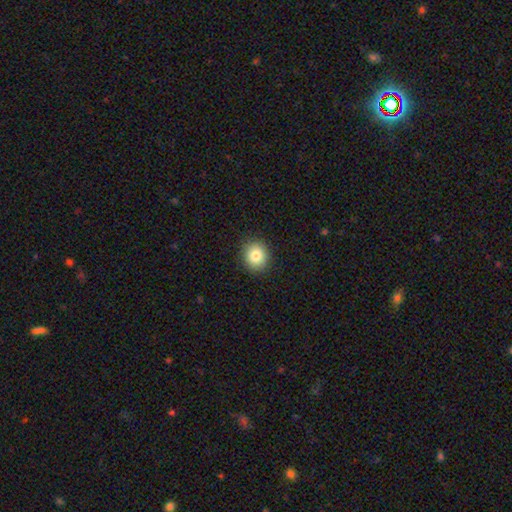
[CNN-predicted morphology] type=smooth (82%); roundness=round (79%); merging=none (90%).